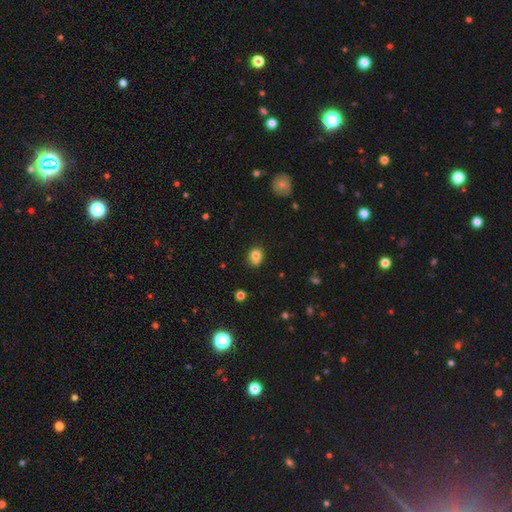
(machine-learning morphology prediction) smooth-or-featured: smooth: 79% | star or artifact: 12% | featured or disk: 9%
  how-rounded: round: 71% | in between: 28% | cigar-shaped: 1%
  merging: none: 59% | merger: 20% | minor disturbance: 17% | major disturbance: 4%